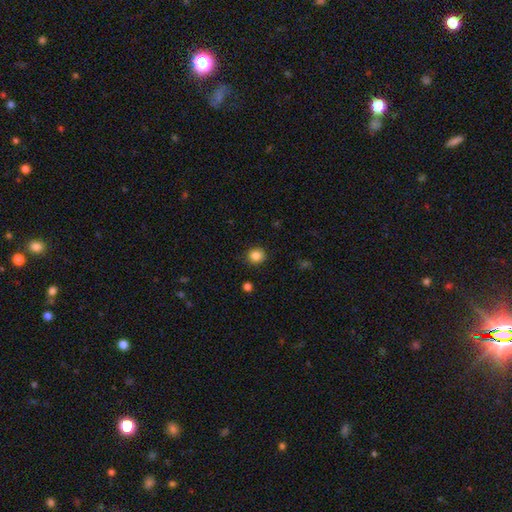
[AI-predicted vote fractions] The model was most divided on "how rounded": round: 85%, in between: 14%, cigar-shaped: 1%. More confident: merging — none (89%); smooth or featured — smooth (85%).